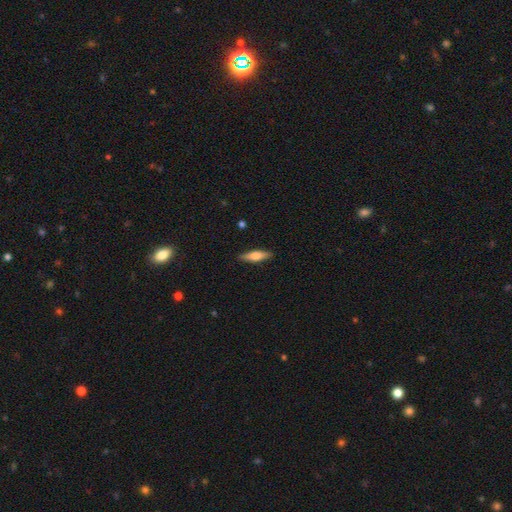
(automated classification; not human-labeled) Smooth or featured?
  - smooth: 55% *
  - featured or disk: 39%
  - star or artifact: 6%
How rounded?
  - cigar-shaped: 64% *
  - in between: 33%
  - round: 2%
Merging?
  - none: 89% *
  - minor disturbance: 8%
  - major disturbance: 2%
  - merger: 1%